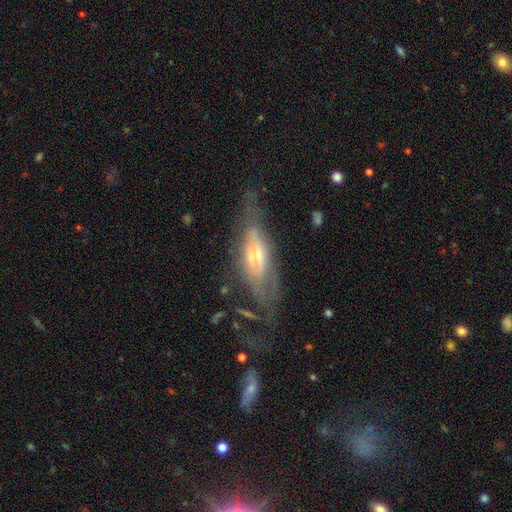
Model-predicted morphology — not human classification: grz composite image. It shows a featured or disk galaxy (67%) viewed edge-on (62%). Merging: none (49%).